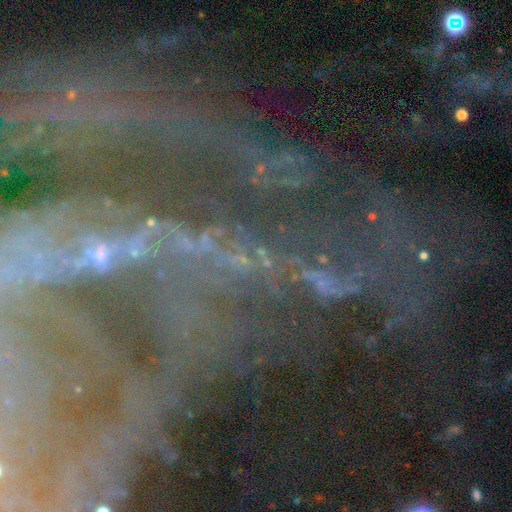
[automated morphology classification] Smooth or featured? Predicted: star or artifact (p=0.53).